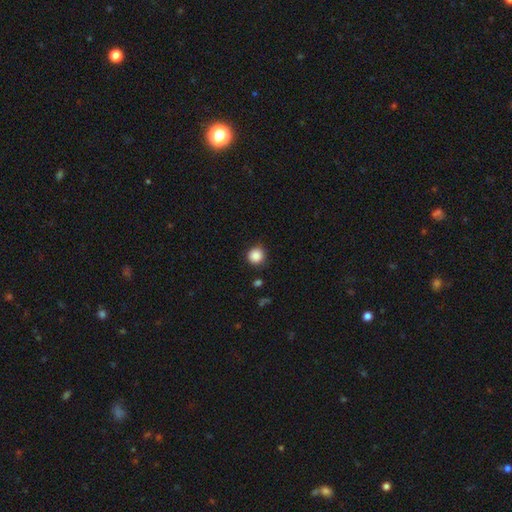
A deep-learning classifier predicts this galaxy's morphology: Smooth or featured: smooth — 87% (star or artifact — 10%)
How rounded: round — 93% (in between — 6%)
Merging: none — 89% (minor disturbance — 8%)